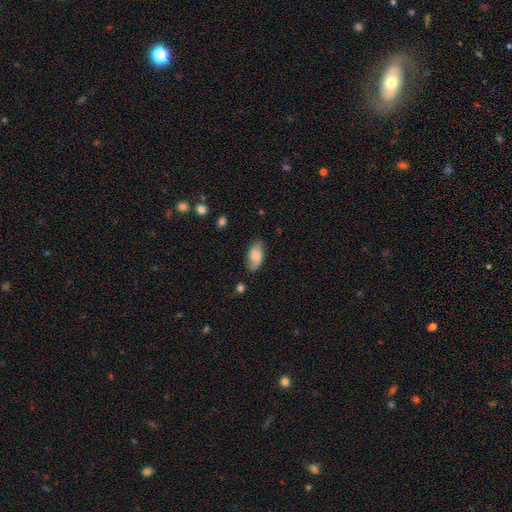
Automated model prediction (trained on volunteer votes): Smooth or featured: smooth — 65% (featured or disk — 28%)
How rounded: in between — 92% (cigar-shaped — 4%)
Merging: none — 75% (minor disturbance — 19%)